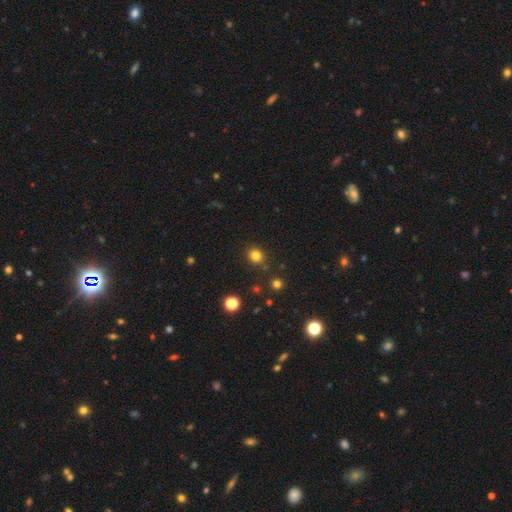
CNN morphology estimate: type=smooth (80%); roundness=round (82%); merging=none (84%).